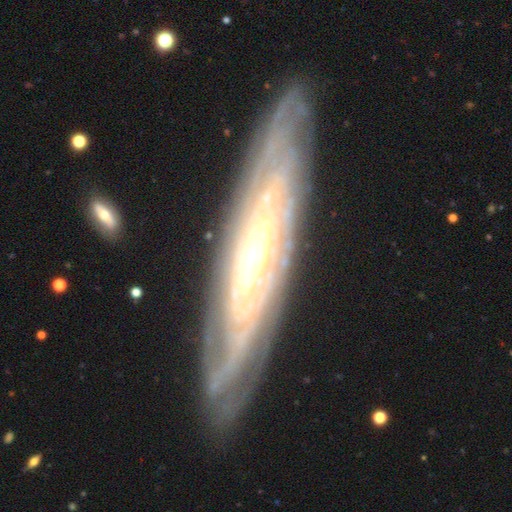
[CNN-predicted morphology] Smooth or featured? Predicted: featured or disk (p=0.87). Edge-on disk? Predicted: no (p=0.67). Bar? Predicted: no (p=0.50). Spiral arms? Predicted: yes (p=0.93). Spiral winding? Predicted: tight (p=0.81). Spiral arm count? Predicted: can't tell (p=0.53). Bulge size? Predicted: small (p=0.64). Merging? Predicted: none (p=0.84).